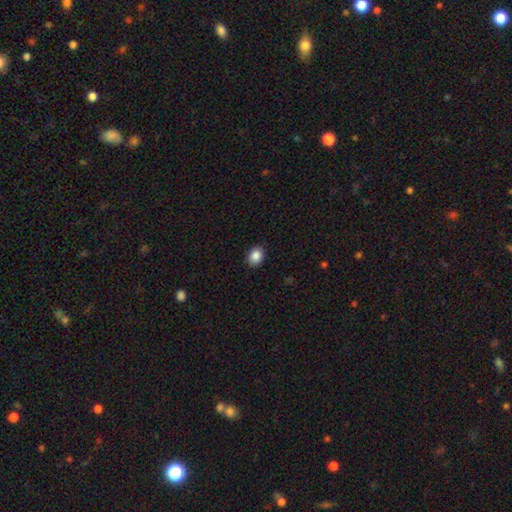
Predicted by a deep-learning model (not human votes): This appears to be a smooth galaxy with no disk features (88%) that is in between round and cigar-shaped (53%). Merging: none (89%).